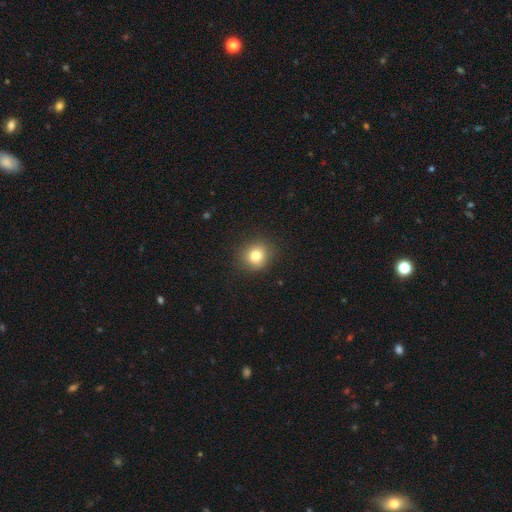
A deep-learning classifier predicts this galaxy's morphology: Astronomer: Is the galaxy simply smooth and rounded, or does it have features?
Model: smooth — 80%.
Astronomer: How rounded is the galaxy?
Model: round — 87%.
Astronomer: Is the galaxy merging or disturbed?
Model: none — 89%.